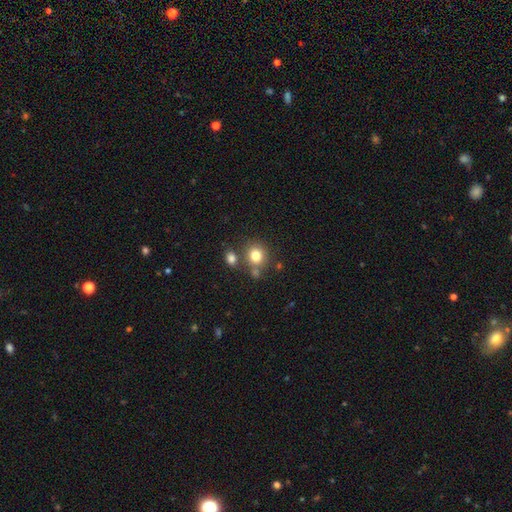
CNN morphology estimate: A smooth galaxy with no disk features (80%) that is round (81%). Merging: none (69%).